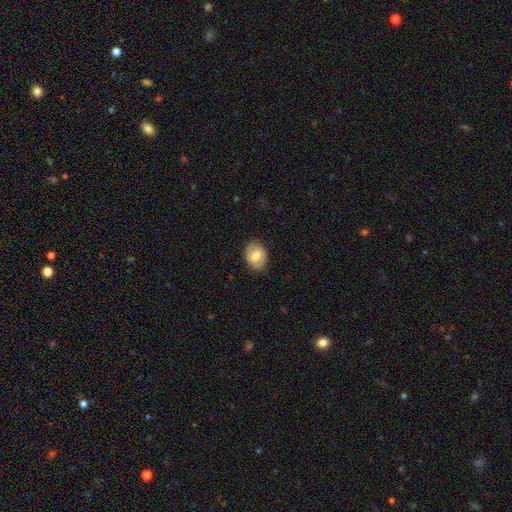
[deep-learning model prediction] Morphology: type=smooth (64%); roundness=in between (68%); merging=none (84%).